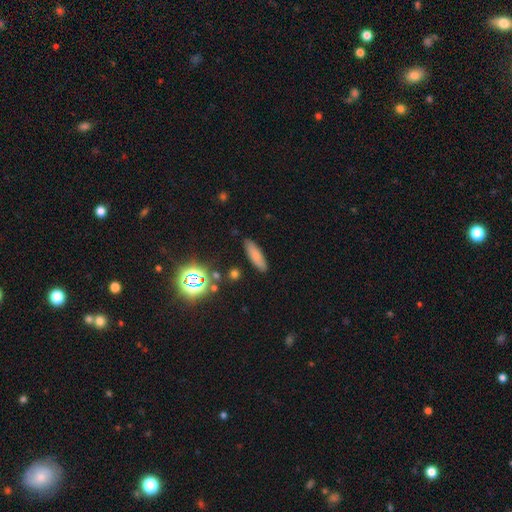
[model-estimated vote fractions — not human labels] A smooth galaxy with no disk features (75%) that is cigar-shaped (57%).

Vote fractions:
- Smooth or featured? smooth: 75% / featured or disk: 13% / star or artifact: 12%
- How rounded? cigar-shaped: 57% / in between: 41% / round: 3%
- Merging? none: 87% / minor disturbance: 9% / major disturbance: 2% / merger: 2%